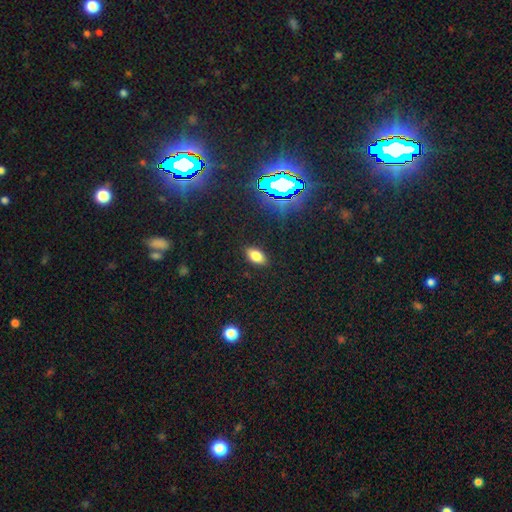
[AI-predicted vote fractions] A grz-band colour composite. It shows a smooth galaxy with no disk features (76%) that is in between round and cigar-shaped (91%). Merging: none (88%).